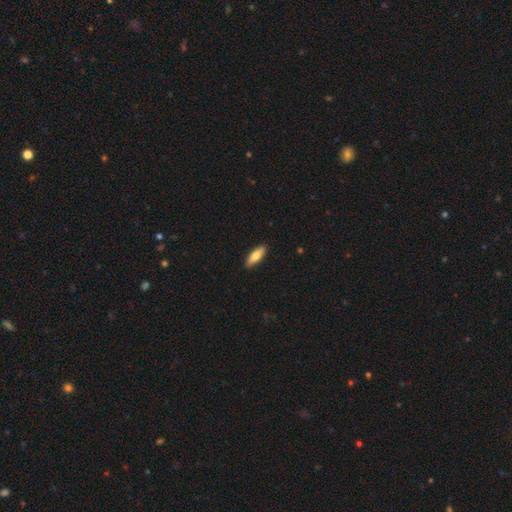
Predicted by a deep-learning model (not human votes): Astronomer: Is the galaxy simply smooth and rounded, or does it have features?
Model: smooth — 75%.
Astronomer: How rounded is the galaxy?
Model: in between — 53% (runner-up: cigar-shaped, 45%).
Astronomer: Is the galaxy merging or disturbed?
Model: none — 90%.